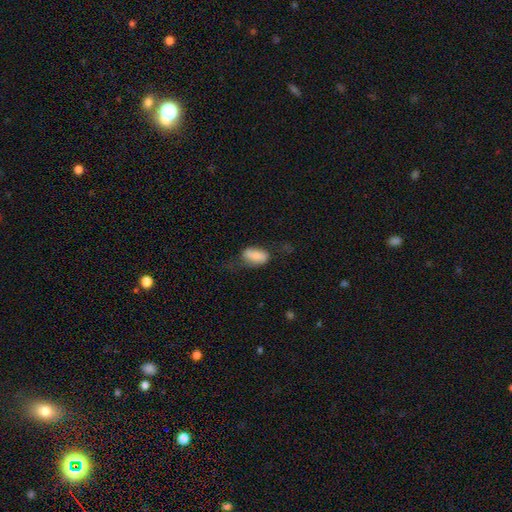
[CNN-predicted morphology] smooth-or-featured: smooth: 72% | featured or disk: 21% | star or artifact: 7%
  how-rounded: in between: 91% | round: 6% | cigar-shaped: 4%
  merging: none: 47% | minor disturbance: 31% | major disturbance: 19% | merger: 3%